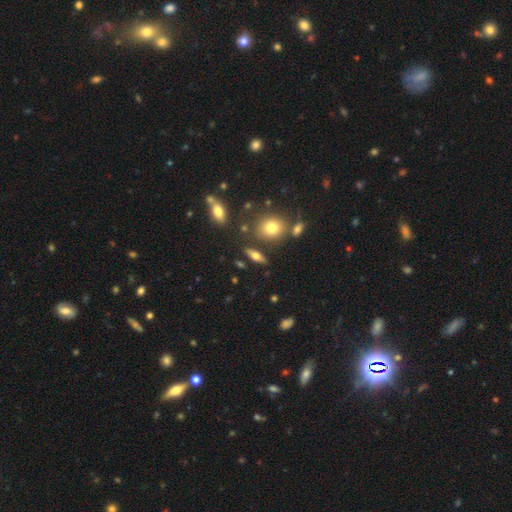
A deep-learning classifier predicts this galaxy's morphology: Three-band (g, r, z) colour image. It shows a smooth galaxy with no disk features (49%). Merging: none (80%).